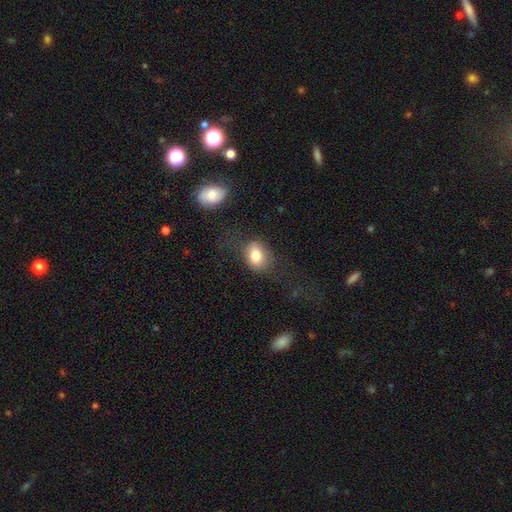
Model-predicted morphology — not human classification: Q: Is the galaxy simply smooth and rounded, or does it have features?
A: smooth — 81%.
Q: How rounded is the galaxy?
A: in between — 63%.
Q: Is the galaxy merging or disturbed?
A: none — 67%.